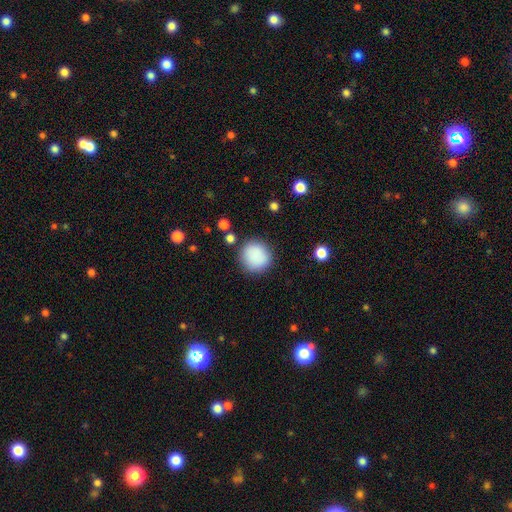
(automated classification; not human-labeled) smooth_or_featured: smooth (p=0.88) [alt: star or artifact p=0.08]
how_rounded: round (p=0.91) [alt: in between p=0.08]
merging: none (p=0.85) [alt: minor disturbance p=0.09]